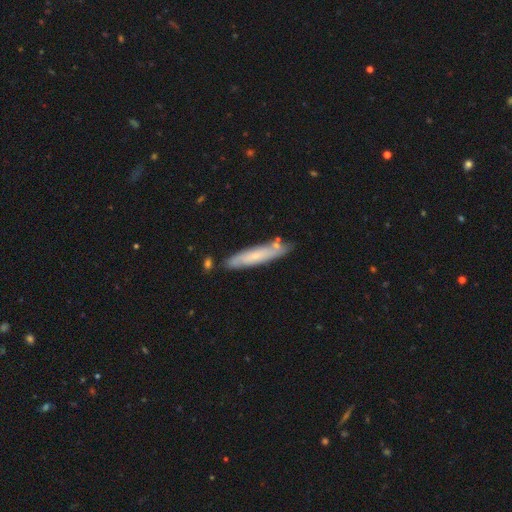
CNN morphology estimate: smooth-or-featured: smooth: 58% | featured or disk: 36% | star or artifact: 6%
  how-rounded: cigar-shaped: 89% | in between: 10% | round: 1%
  merging: none: 77% | minor disturbance: 15% | merger: 6% | major disturbance: 2%